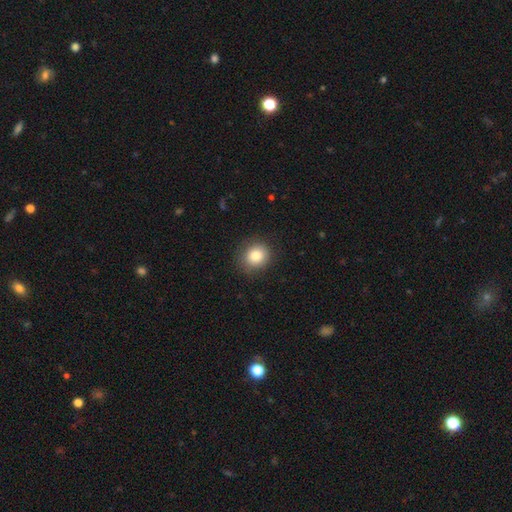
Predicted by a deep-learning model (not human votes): smooth-or-featured: smooth: 85% | star or artifact: 9% | featured or disk: 6%
  how-rounded: round: 81% | in between: 18% | cigar-shaped: 1%
  merging: none: 86% | minor disturbance: 10% | major disturbance: 3% | merger: 1%